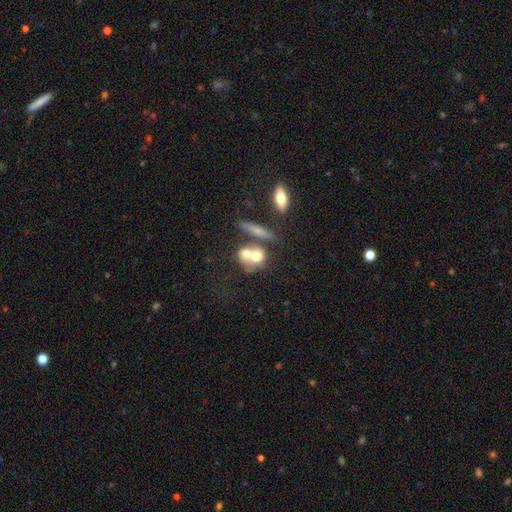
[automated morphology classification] Smooth or featured? smooth (65%)
How rounded? round (55%)
Merging? merger (59%)